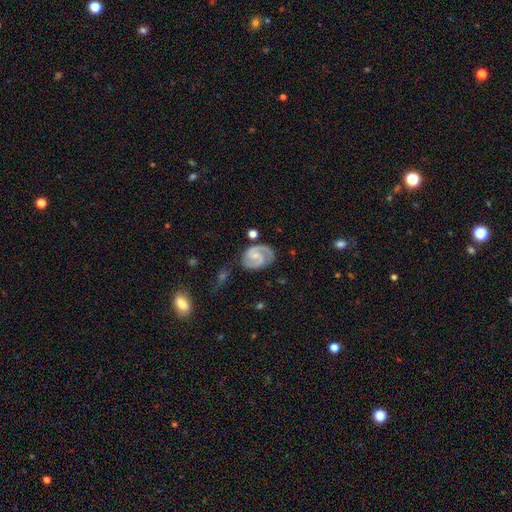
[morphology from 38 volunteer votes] smooth-or-featured: featured or disk: 82% | smooth: 11% | star or artifact: 8%
  disk-edge-on: no: 97% | yes: 3%
    bar: no: 47% | weak: 43% | strong: 10%
    has-spiral-arms: yes: 97% | no: 3%
      spiral-winding: medium: 62% | tight: 24% | loose: 14%
      spiral-arm-count: 2: 93% | 1: 3% | 3: 3% | 4: 0% | more than 4: 0% | can't tell: 0%
    bulge-size: small: 43% | none: 37% | moderate: 20% | dominant: 0% | large: 0%
  merging: none: 74% | minor disturbance: 23% | major disturbance: 3% | merger: 0%